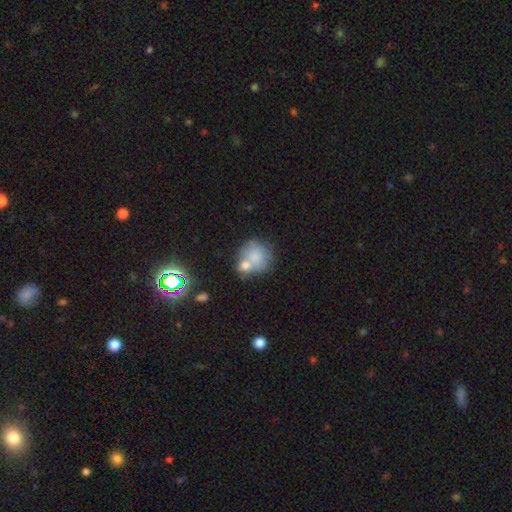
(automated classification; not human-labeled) A smooth galaxy with no disk features (73%) that is round (79%).

Vote fractions:
- Smooth or featured? smooth: 73% / featured or disk: 17% / star or artifact: 9%
- How rounded? round: 79% / in between: 19% / cigar-shaped: 1%
- Merging? merger: 44% / none: 38% / minor disturbance: 12% / major disturbance: 6%